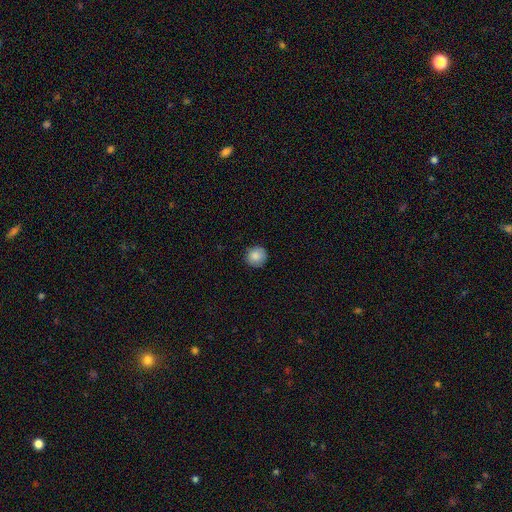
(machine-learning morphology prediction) A smooth galaxy with no disk features (85%) that is round (91%). Merging: none (86%).